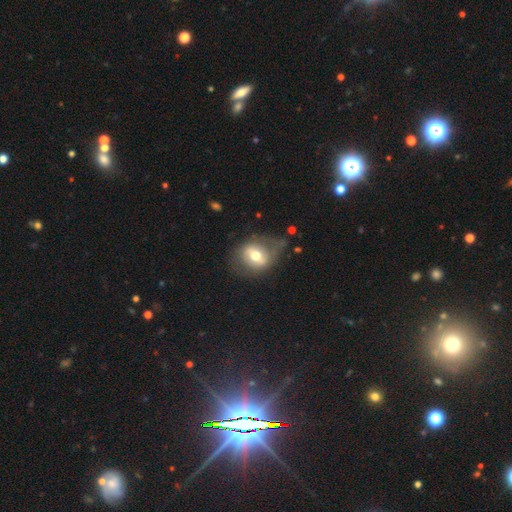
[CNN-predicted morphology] A smooth galaxy with no disk features (48%). Merging: none (55%).